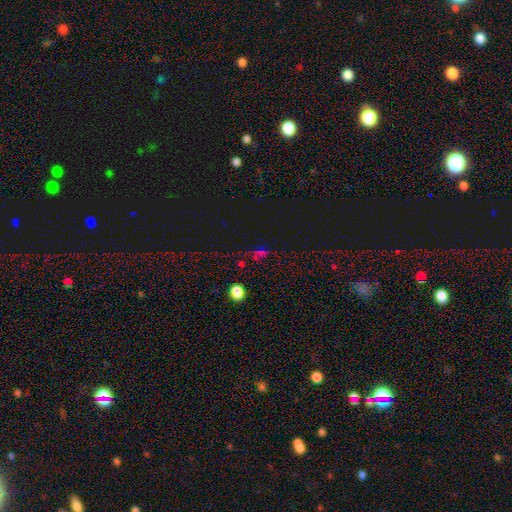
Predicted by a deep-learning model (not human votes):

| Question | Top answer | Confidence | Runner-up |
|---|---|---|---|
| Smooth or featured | star or artifact | 59% | smooth (31%) |